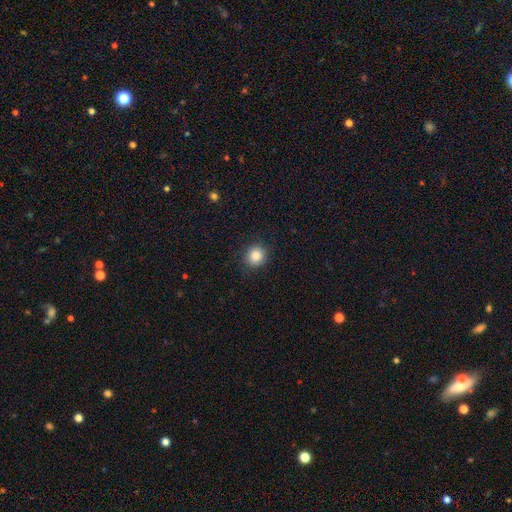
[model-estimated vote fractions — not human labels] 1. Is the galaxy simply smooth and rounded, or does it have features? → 85% smooth, 10% star or artifact, 5% featured or disk.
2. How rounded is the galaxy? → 88% round, 11% in between, 1% cigar-shaped.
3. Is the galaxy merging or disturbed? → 89% none, 7% minor disturbance, 2% major disturbance, 1% merger.